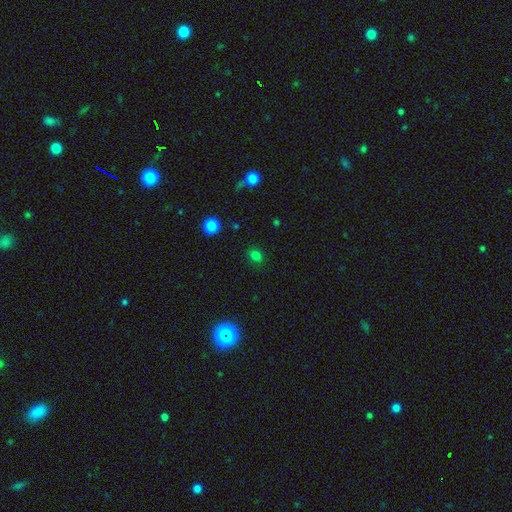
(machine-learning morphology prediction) A smooth galaxy with no disk features (77%) that is round (60%).

Vote fractions:
- Smooth or featured? smooth: 77% / star or artifact: 19% / featured or disk: 4%
- How rounded? round: 60% / in between: 39% / cigar-shaped: 1%
- Merging? none: 87% / minor disturbance: 9% / major disturbance: 3% / merger: 2%